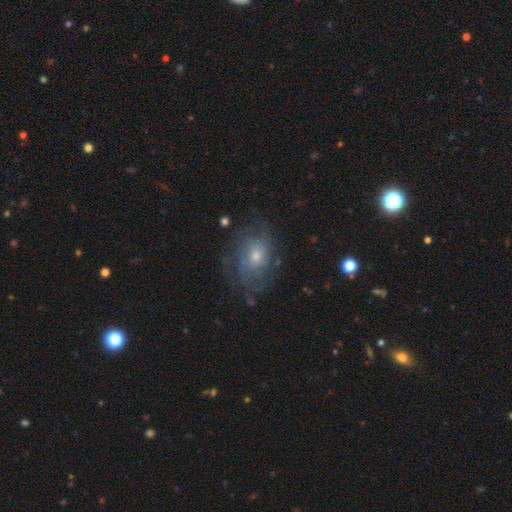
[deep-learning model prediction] This is likely a featured or disk galaxy (62%). It is clearly not viewed edge-on (96%). Bar: likely no (80%). Spiral arm pattern: likely yes (76%). Central bulge: possibly small (51%). Merging: likely none (68%).